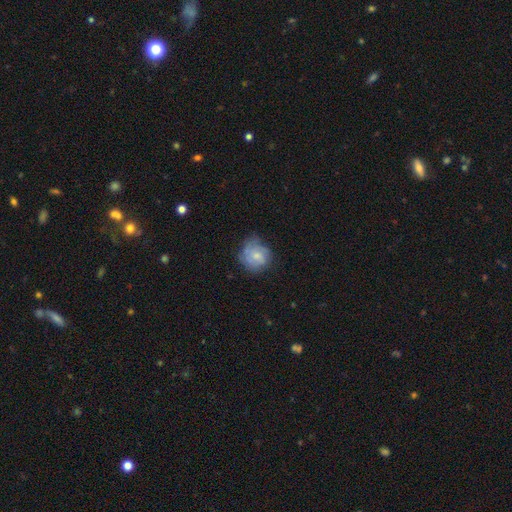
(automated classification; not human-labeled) Smooth or featured: smooth — 55% (featured or disk — 37%)
How rounded: round — 78% (in between — 21%)
Merging: none — 53% (minor disturbance — 32%)